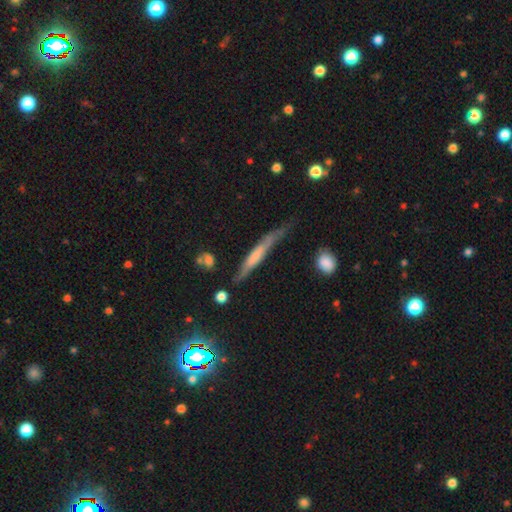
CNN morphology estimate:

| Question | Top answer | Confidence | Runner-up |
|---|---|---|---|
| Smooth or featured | featured or disk | 49% | smooth (44%) |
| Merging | none | 54% | minor disturbance (29%) |